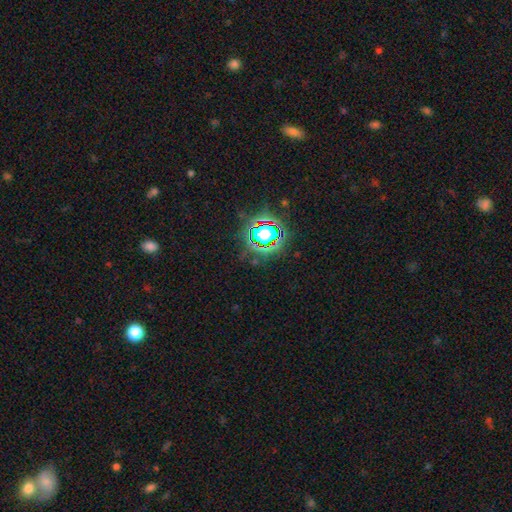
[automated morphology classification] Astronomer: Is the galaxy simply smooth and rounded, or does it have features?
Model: star or artifact — 78%.